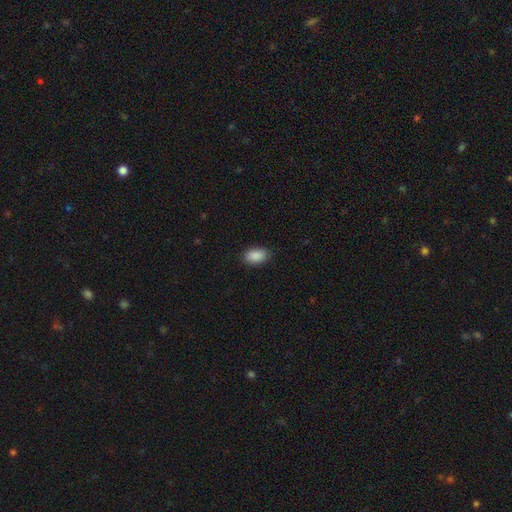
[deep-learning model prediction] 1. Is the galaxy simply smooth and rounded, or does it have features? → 90% smooth, 7% star or artifact, 3% featured or disk.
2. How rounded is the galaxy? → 92% in between, 7% round, 2% cigar-shaped.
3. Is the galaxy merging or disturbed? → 88% none, 9% minor disturbance, 2% major disturbance, 1% merger.